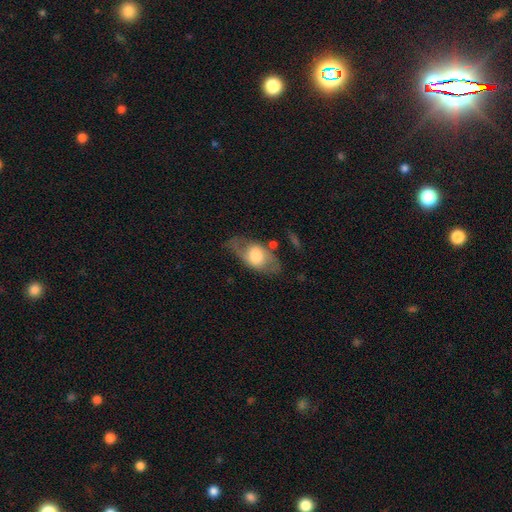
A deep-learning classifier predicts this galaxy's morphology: Smooth or featured?
  - featured or disk: 50% *
  - smooth: 44%
  - star or artifact: 6%
Merging?
  - none: 60% *
  - minor disturbance: 23%
  - major disturbance: 12%
  - merger: 5%